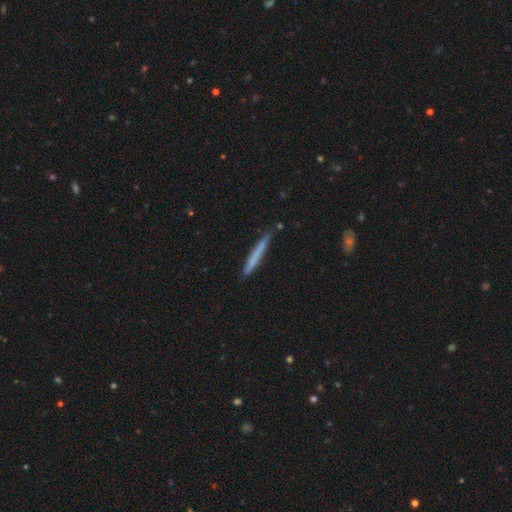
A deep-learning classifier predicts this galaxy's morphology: This is likely a smooth galaxy (63%). How rounded: clearly cigar-shaped (97%). Merging: clearly none (86%).